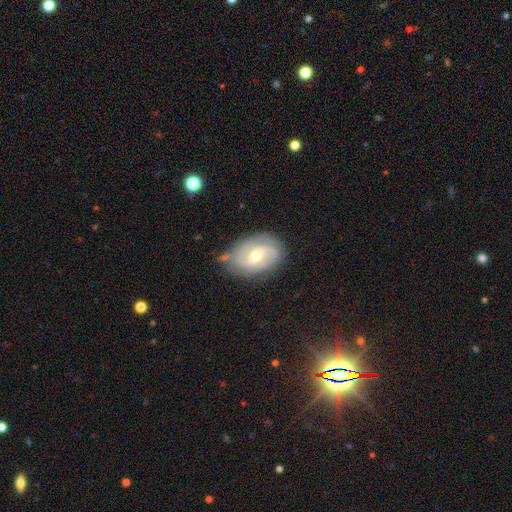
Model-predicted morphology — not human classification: This is clearly a featured or disk galaxy (83%). It is clearly not viewed edge-on (96%). Bar: possibly weak (48%). Spiral arm pattern: clearly yes (94%). Spiral arm count: possibly 2 (48%). Spiral winding: marginally tight (45%). Central bulge: possibly moderate (54%). Merging: likely none (72%).